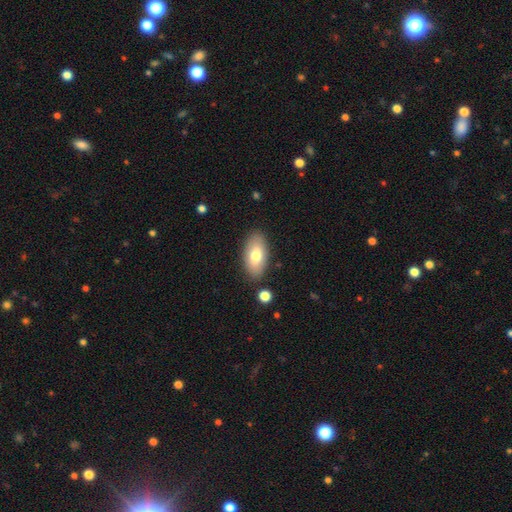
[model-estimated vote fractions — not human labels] Overall: smooth (74%). How rounded: in between (92%). Merging: none (84%).